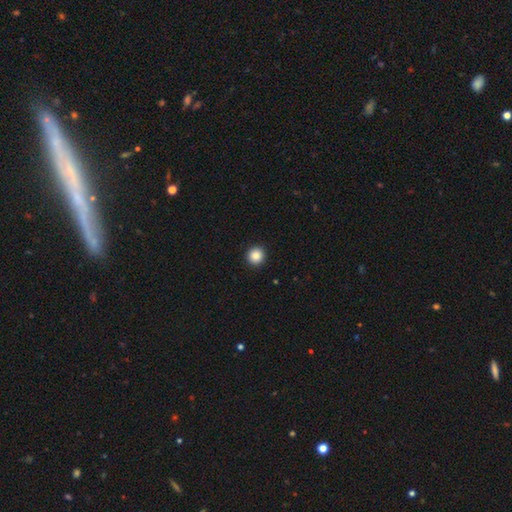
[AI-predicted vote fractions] smooth 87%, star or artifact 10%, featured or disk 4%. Down the decision tree: how rounded — round (94%); merging — none (93%).